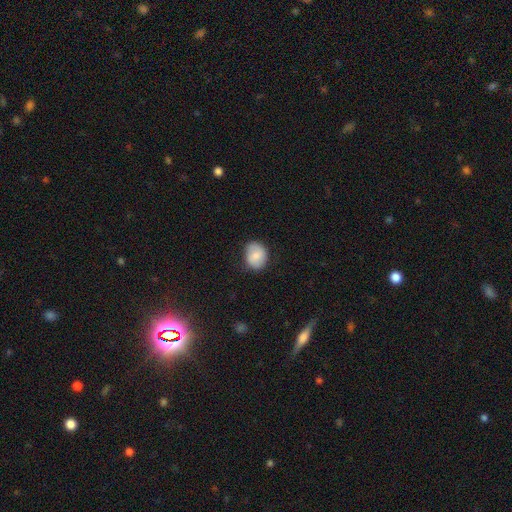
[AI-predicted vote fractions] The model was most divided on "how rounded": round: 59%, in between: 40%, cigar-shaped: 1%. More confident: smooth or featured — smooth (78%); merging — none (74%).